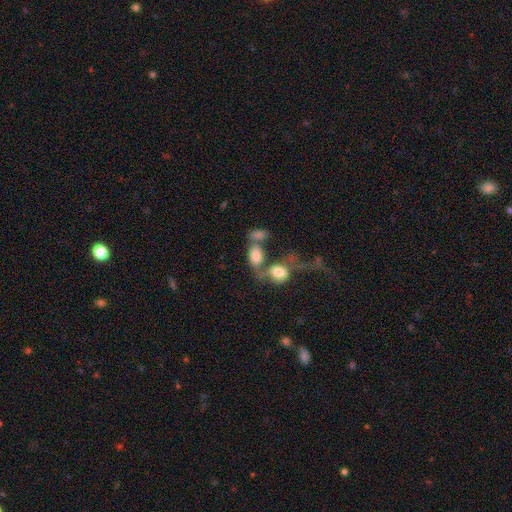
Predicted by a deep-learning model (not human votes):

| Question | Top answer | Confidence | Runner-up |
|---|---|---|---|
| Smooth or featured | smooth | 75% | featured or disk (15%) |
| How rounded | in between | 86% | round (11%) |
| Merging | merger | 52% | none (25%) |